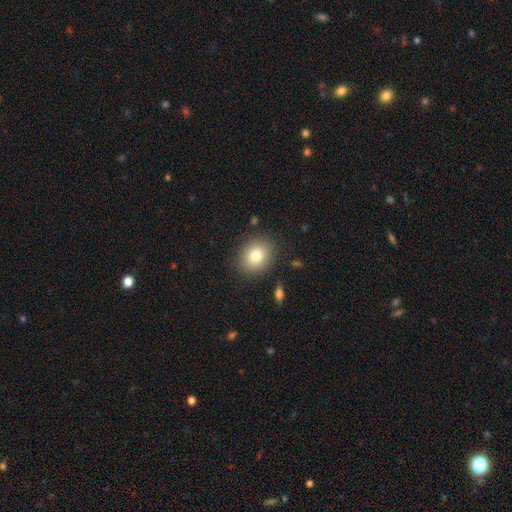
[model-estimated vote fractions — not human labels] Morphology: type=smooth (81%); roundness=round (66%); merging=none (87%).